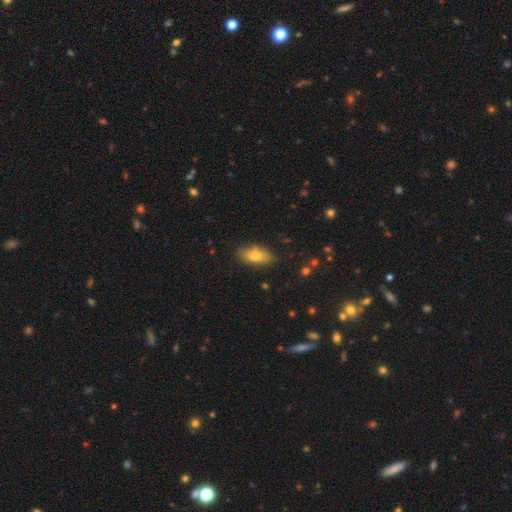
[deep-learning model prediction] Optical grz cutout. It shows a smooth galaxy with no disk features (75%) that is in between round and cigar-shaped (85%). Merging: none (79%).